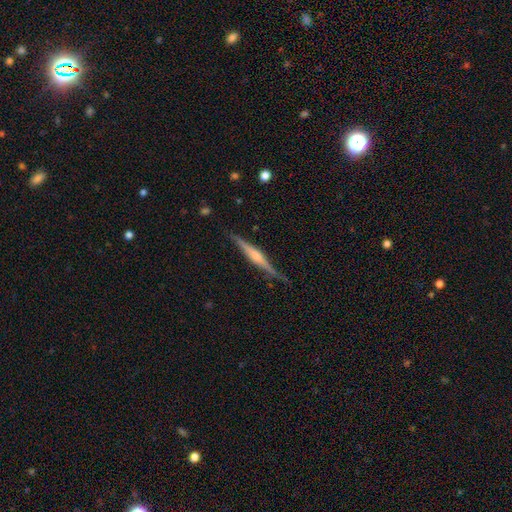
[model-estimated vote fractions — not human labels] The model was most divided on "smooth or featured": featured or disk: 77%, smooth: 17%, star or artifact: 5%. More confident: edge-on disk — yes (98%); merging — none (87%); edge-on bulge — rounded (78%).